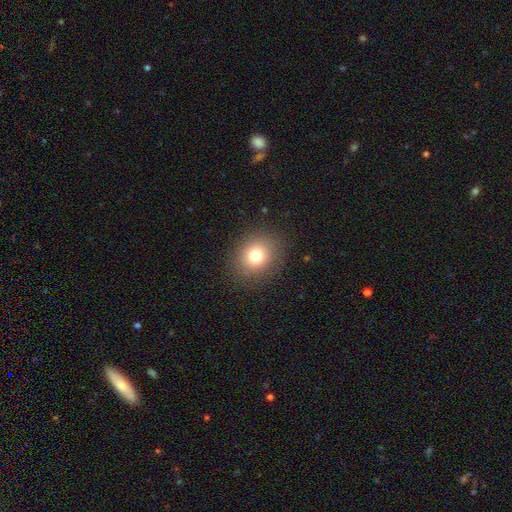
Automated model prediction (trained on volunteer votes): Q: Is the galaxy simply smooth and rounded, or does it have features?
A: smooth — 78%.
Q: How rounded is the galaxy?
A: round — 67%.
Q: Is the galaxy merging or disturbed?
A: none — 87%.